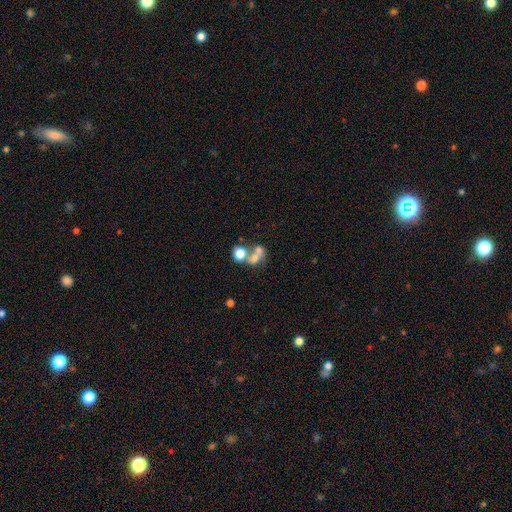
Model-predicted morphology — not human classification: smooth-or-featured: smooth: 59% | featured or disk: 26% | star or artifact: 16%
  how-rounded: round: 59% | in between: 40% | cigar-shaped: 2%
  merging: merger: 60% | none: 25% | major disturbance: 8% | minor disturbance: 7%